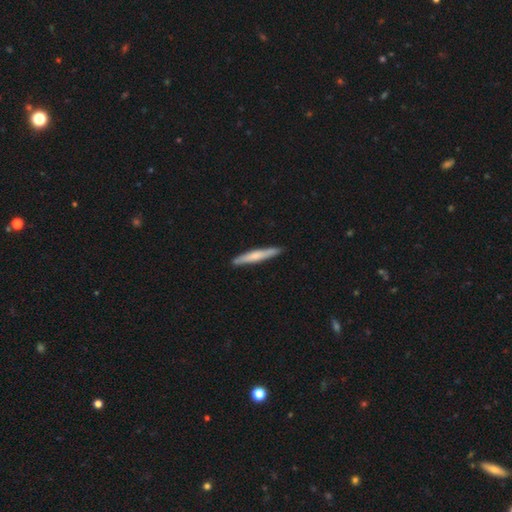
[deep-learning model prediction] Q: Smooth or featured?
A: smooth (56%); runner-up: featured or disk (39%)
Q: How rounded?
A: cigar-shaped (95%); runner-up: in between (3%)
Q: Merging?
A: none (90%); runner-up: minor disturbance (7%)